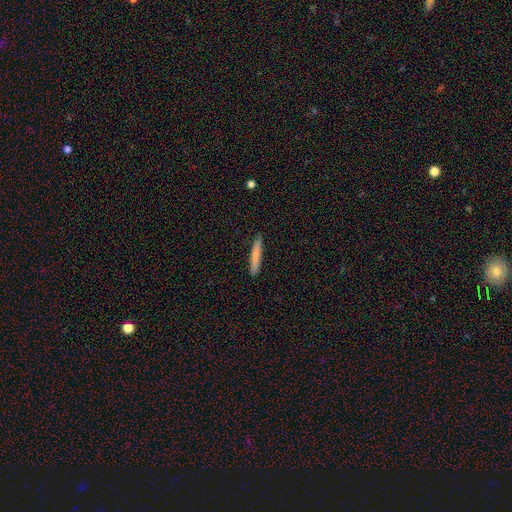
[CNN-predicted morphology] A smooth galaxy with no disk features (79%) that is cigar-shaped (95%).

Vote fractions:
- Smooth or featured? smooth: 79% / featured or disk: 15% / star or artifact: 6%
- How rounded? cigar-shaped: 95% / in between: 4% / round: 1%
- Merging? none: 91% / minor disturbance: 7% / major disturbance: 1% / merger: 1%